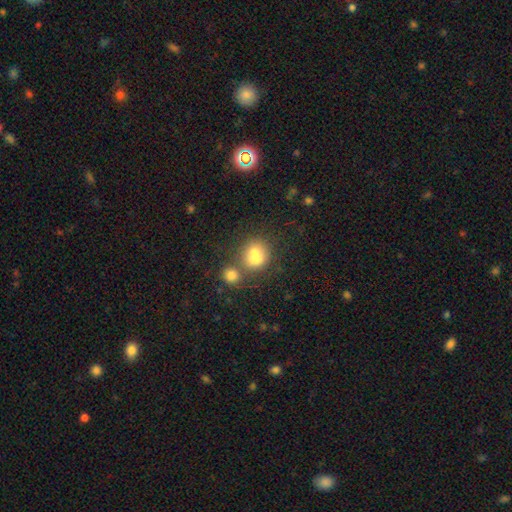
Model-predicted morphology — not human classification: Q: Smooth or featured?
A: smooth (75%); runner-up: featured or disk (14%)
Q: How rounded?
A: round (67%); runner-up: in between (32%)
Q: Merging?
A: merger (45%); runner-up: none (38%)